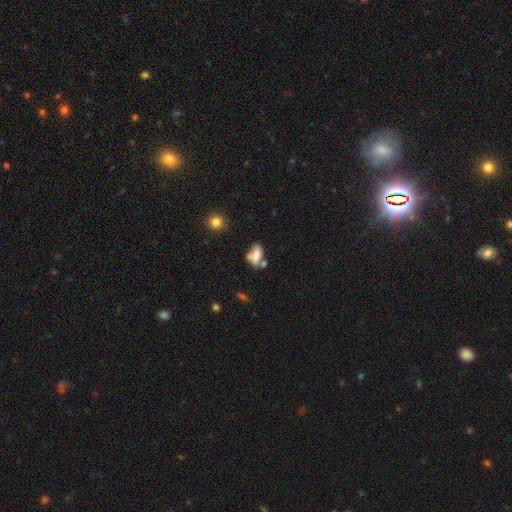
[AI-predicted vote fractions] A smooth galaxy with no disk features (69%) that is in between round and cigar-shaped (81%). Merging: none (38%).